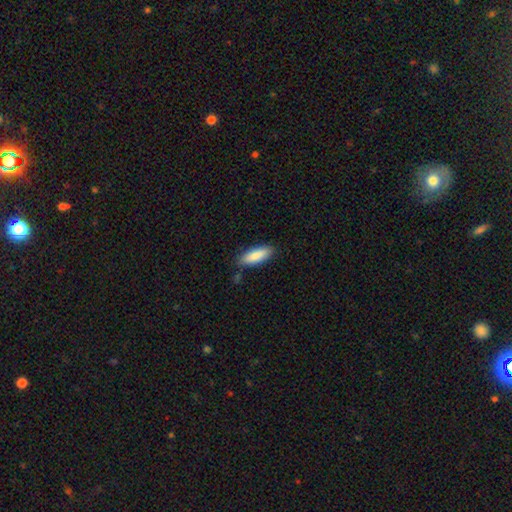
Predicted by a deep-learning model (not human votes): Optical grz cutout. It shows a smooth galaxy with no disk features (87%) that is in between round and cigar-shaped (59%). Merging: none (82%).